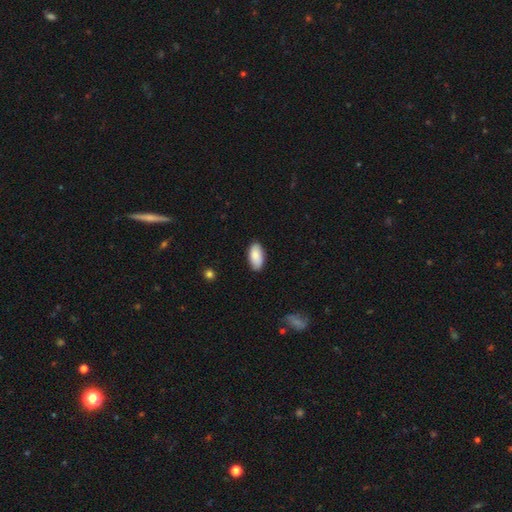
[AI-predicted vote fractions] Smooth or featured? smooth (87%)
How rounded? in between (94%)
Merging? none (87%)